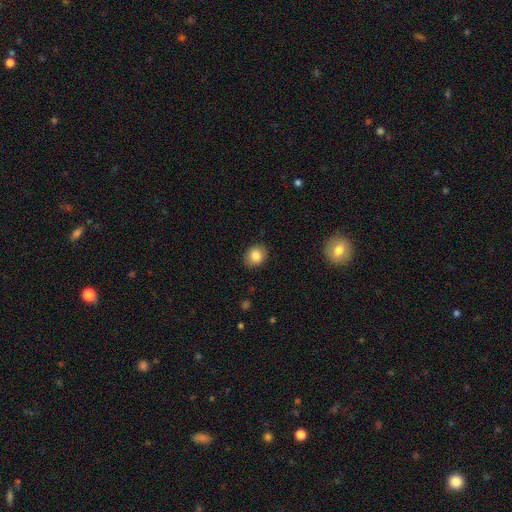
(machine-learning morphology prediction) The model was most divided on "how rounded": round: 58%, in between: 41%, cigar-shaped: 1%. More confident: merging — none (87%); smooth or featured — smooth (85%).